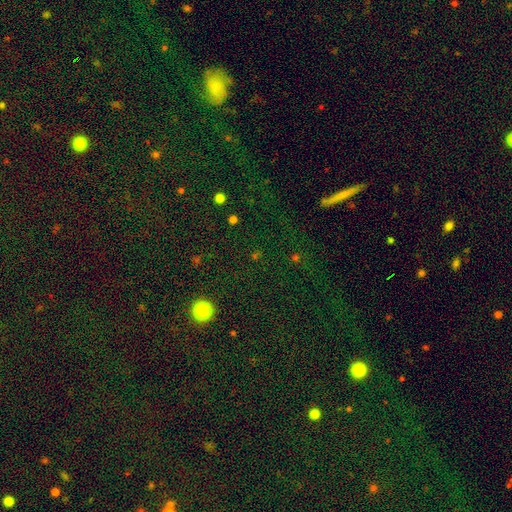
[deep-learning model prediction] Smooth or featured?
  - star or artifact: 62% *
  - smooth: 27%
  - featured or disk: 11%